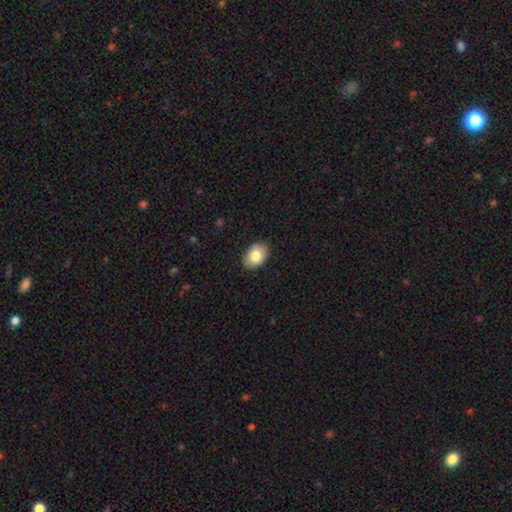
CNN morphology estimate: smooth 81%, featured or disk 12%, star or artifact 7%. Down the decision tree: how rounded — in between (83%); merging — none (86%).